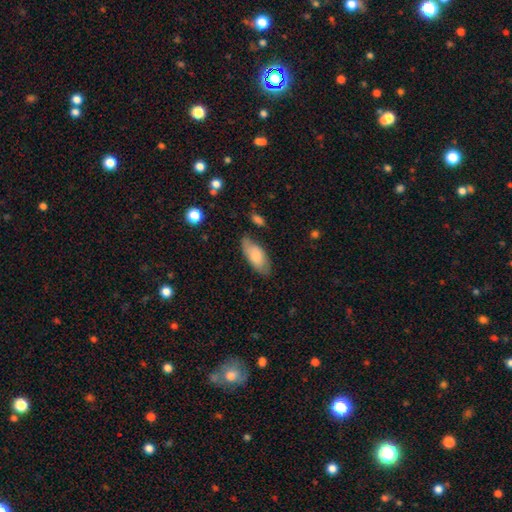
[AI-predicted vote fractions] Smooth or featured: smooth — 73% (featured or disk — 21%)
How rounded: in between — 88% (cigar-shaped — 10%)
Merging: none — 71% (minor disturbance — 22%)